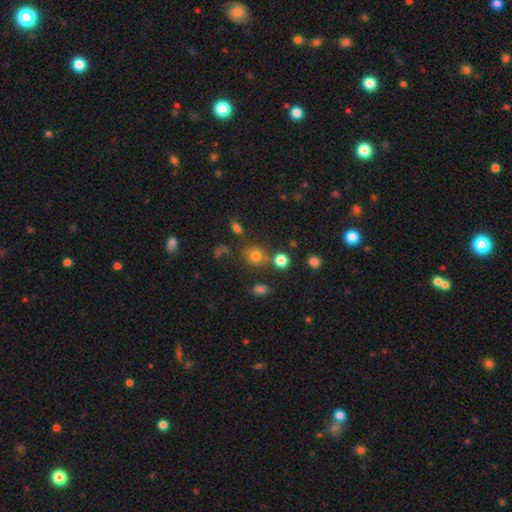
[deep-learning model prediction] Smooth or featured? Predicted: smooth (p=0.76). How rounded? Predicted: round (p=0.84). Merging? Predicted: none (p=0.70).